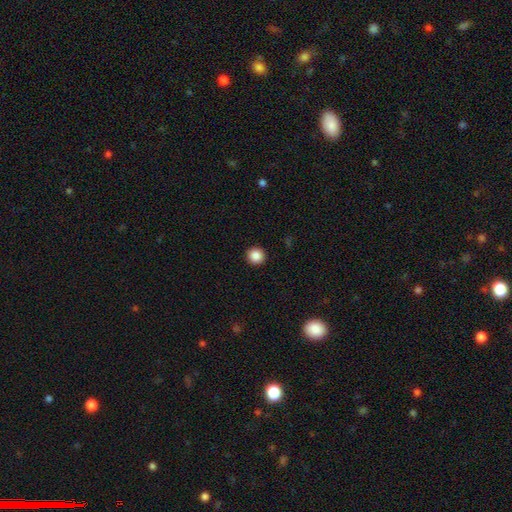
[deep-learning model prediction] A smooth galaxy with no disk features (87%) that is round (93%). Merging: none (93%).